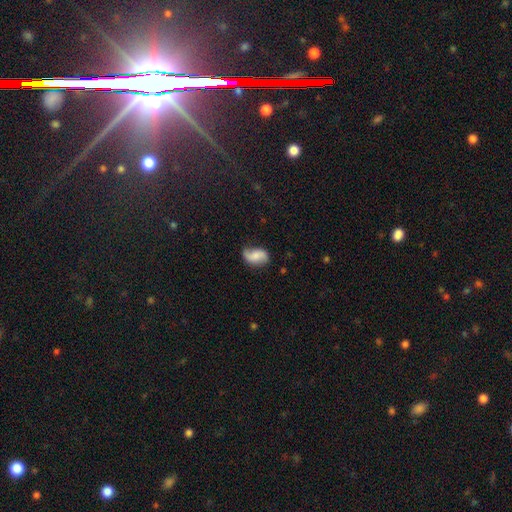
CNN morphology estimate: A featured or disk galaxy (47%). Merging: none (64%).